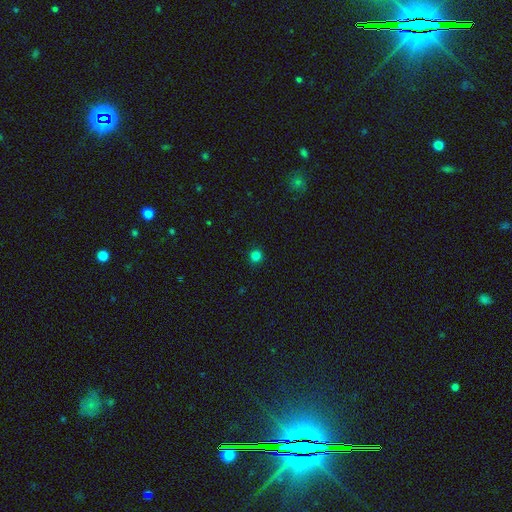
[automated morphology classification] type=smooth (81%); roundness=round (94%); merging=none (92%).